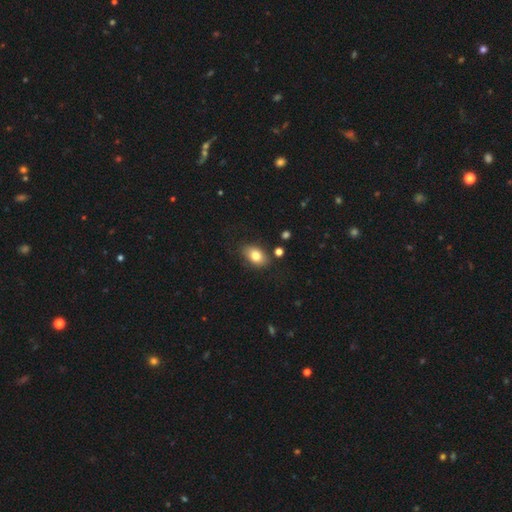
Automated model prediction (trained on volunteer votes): Q: Smooth or featured?
A: smooth (80%); runner-up: featured or disk (11%)
Q: How rounded?
A: in between (86%); runner-up: round (12%)
Q: Merging?
A: none (80%); runner-up: minor disturbance (13%)